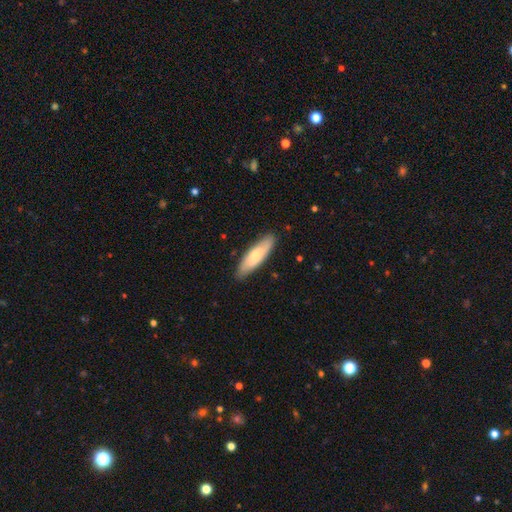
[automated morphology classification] Overall: smooth (67%; featured or disk 28%). How rounded: cigar-shaped (59%; in between 39%). Merging: none (85%).